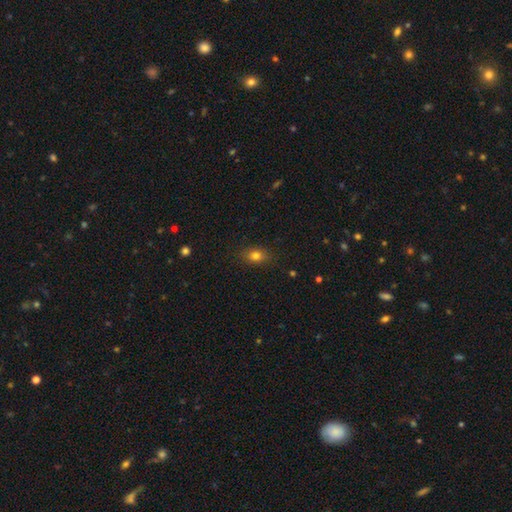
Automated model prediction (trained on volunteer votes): smooth_or_featured: smooth (p=0.79) [alt: star or artifact p=0.12]
how_rounded: in between (p=0.63) [alt: round p=0.34]
merging: none (p=0.85) [alt: minor disturbance p=0.11]